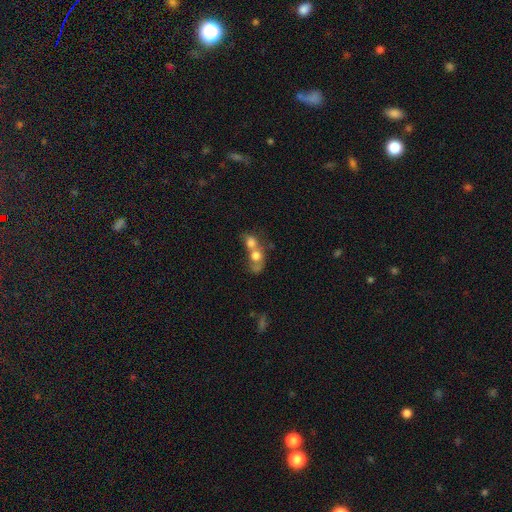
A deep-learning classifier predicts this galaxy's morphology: This is likely a smooth galaxy (67%). How rounded: possibly round (59%). Merging: likely merger (76%).